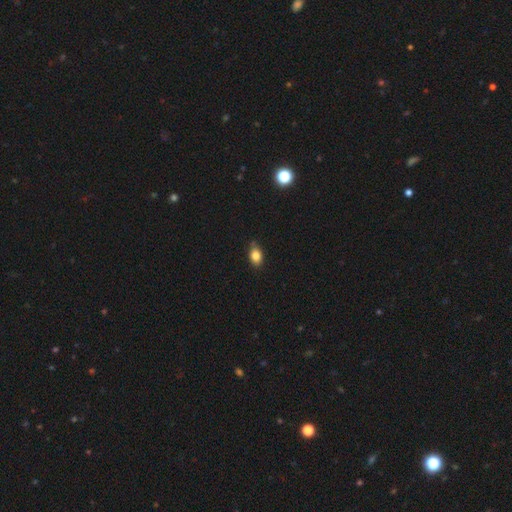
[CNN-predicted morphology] smooth_or_featured: smooth (p=0.82) [alt: star or artifact p=0.10]
how_rounded: in between (p=0.78) [alt: round p=0.20]
merging: none (p=0.76) [alt: minor disturbance p=0.20]